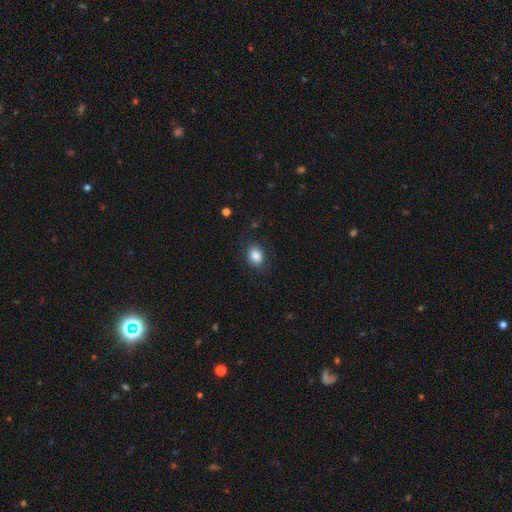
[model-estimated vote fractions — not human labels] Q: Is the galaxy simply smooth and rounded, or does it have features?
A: smooth — 86%.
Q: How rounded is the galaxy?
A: in between — 59%.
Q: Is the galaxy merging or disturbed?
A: none — 82%.